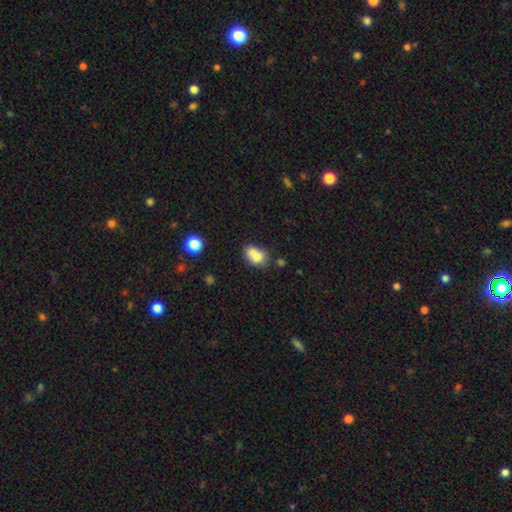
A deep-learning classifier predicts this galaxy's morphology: A smooth galaxy with no disk features (70%) that is in between round and cigar-shaped (50%).

Vote fractions:
- Smooth or featured? smooth: 70% / featured or disk: 20% / star or artifact: 10%
- How rounded? in between: 50% / round: 49% / cigar-shaped: 1%
- Merging? merger: 58% / none: 29% / minor disturbance: 10% / major disturbance: 4%